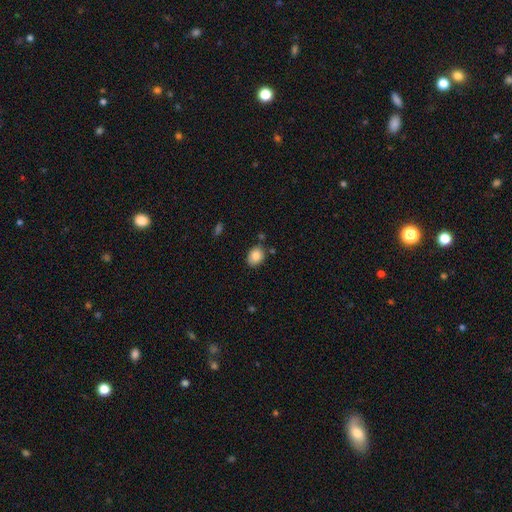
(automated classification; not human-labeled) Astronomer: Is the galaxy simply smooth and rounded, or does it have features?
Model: smooth — 84%.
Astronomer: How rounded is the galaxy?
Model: in between — 69%.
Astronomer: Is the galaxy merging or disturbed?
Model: none — 79%.